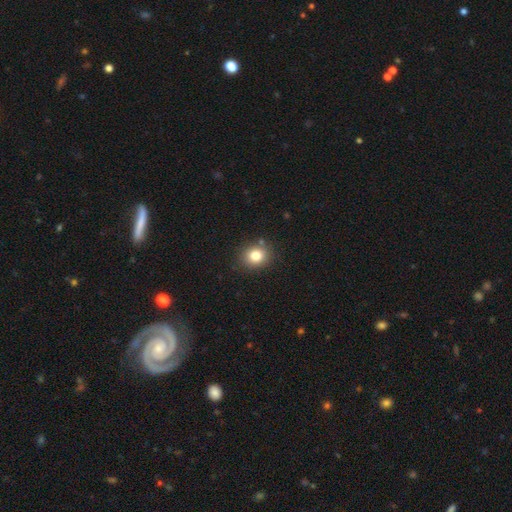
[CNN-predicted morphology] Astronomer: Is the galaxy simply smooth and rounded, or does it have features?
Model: smooth — 81%.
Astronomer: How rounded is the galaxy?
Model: round — 72%.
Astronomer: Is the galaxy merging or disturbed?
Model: none — 84%.